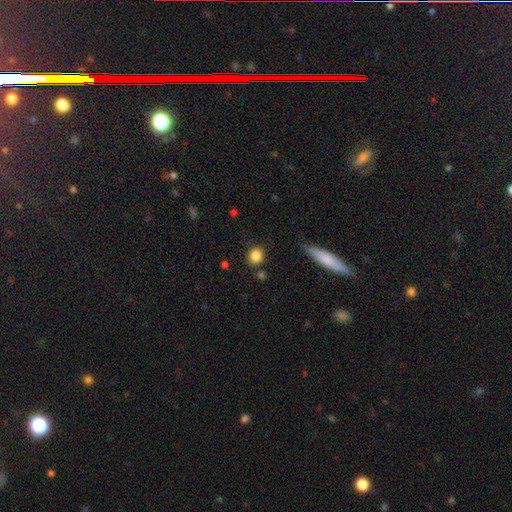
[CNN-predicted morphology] smooth 85%, star or artifact 9%, featured or disk 5%. Down the decision tree: how rounded — round (85%); merging — none (84%).